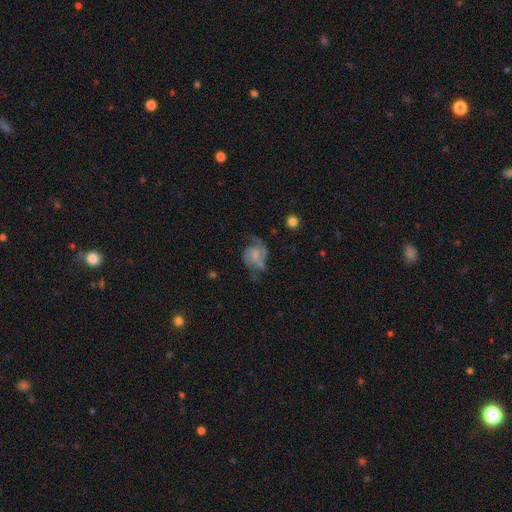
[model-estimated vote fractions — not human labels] Morphology: type=featured or disk (71%); edge-on=no (98%); bar=weak (48%); spiral arms=yes (86%); winding=medium (48%); arm count=2 (75%); bulge=small (41%); merging=none (44%).